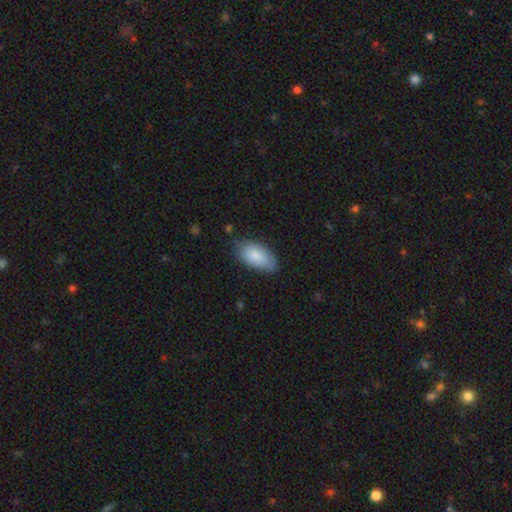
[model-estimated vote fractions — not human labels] This is clearly a smooth galaxy (83%). How rounded: clearly in between (94%). Merging: likely none (68%).